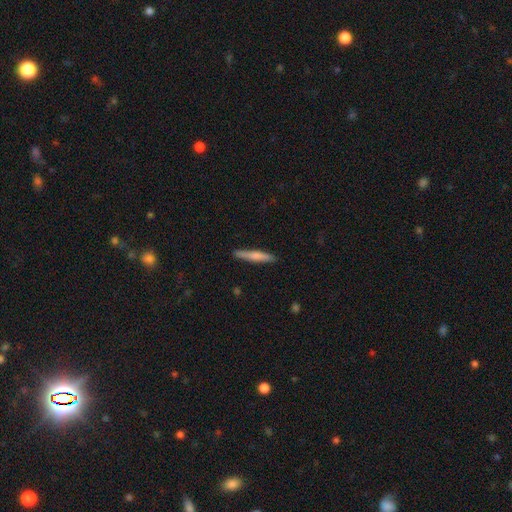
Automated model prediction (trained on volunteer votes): The model was most divided on "smooth or featured": smooth: 63%, featured or disk: 31%, star or artifact: 5%. More confident: how rounded — cigar-shaped (94%); merging — none (88%).